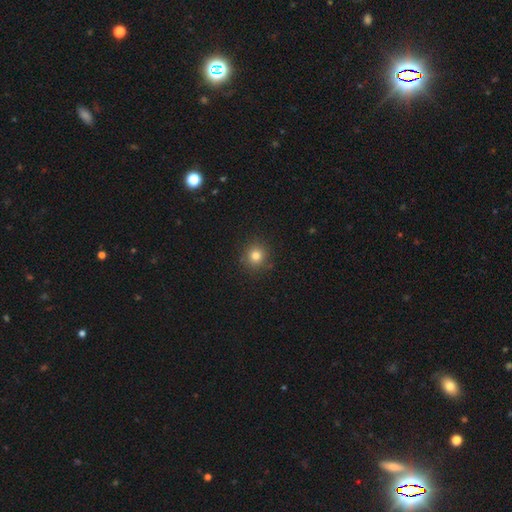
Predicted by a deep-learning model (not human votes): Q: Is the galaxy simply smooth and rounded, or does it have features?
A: smooth — 79%.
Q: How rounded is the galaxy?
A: round — 93%.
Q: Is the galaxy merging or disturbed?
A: none — 90%.